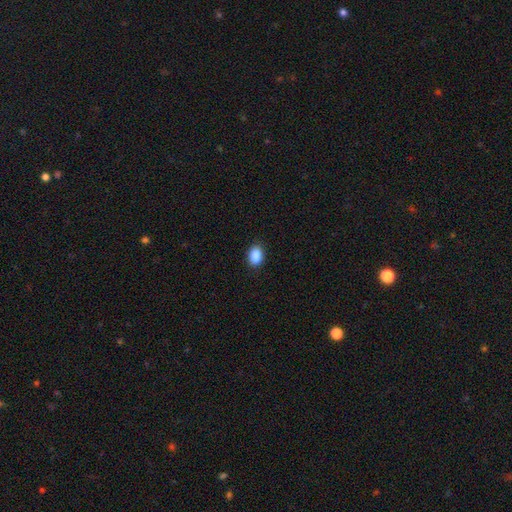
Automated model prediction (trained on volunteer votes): Smooth or featured: smooth — 89% (star or artifact — 8%)
How rounded: in between — 83% (round — 16%)
Merging: none — 86% (minor disturbance — 11%)